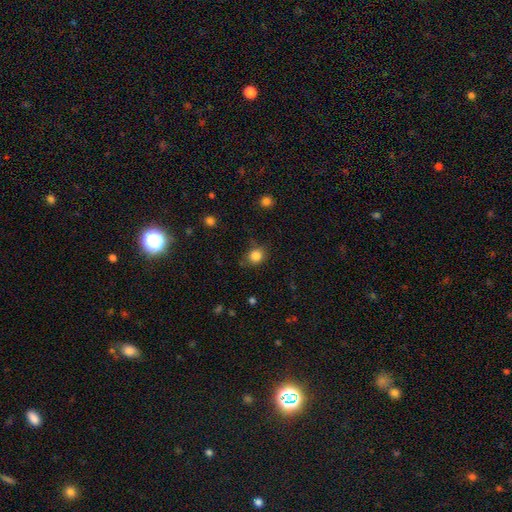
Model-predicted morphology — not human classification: Overall: smooth (84%). How rounded: round (74%). Merging: none (72%).